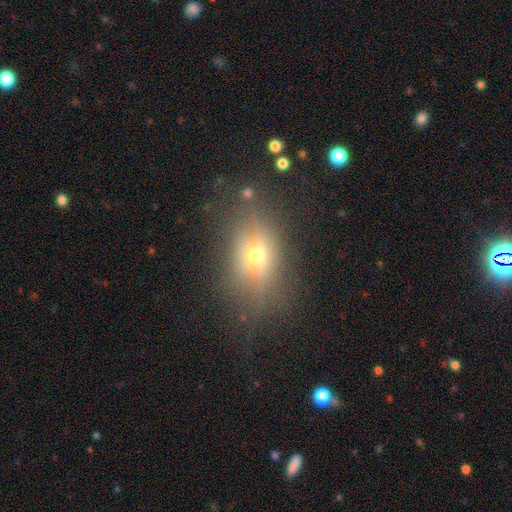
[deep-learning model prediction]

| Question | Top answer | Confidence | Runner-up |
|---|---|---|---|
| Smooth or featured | smooth | 51% | featured or disk (33%) |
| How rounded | in between | 72% | round (22%) |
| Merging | none | 68% | minor disturbance (20%) |